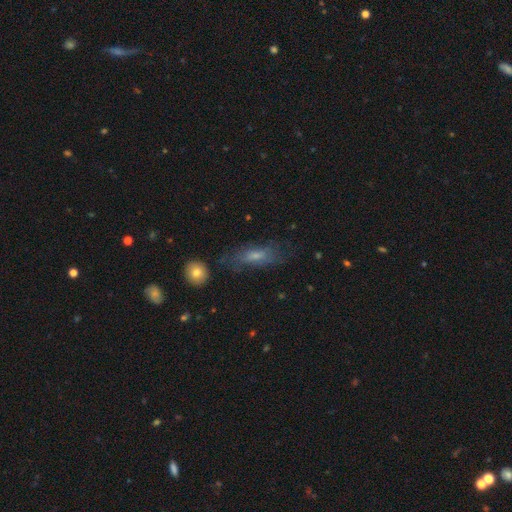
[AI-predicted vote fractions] Smooth or featured: smooth — 49% (featured or disk — 39%)
Merging: none — 64% (minor disturbance — 22%)